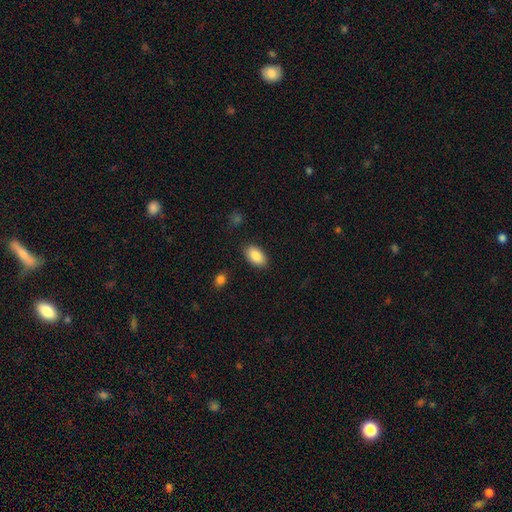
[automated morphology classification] type=smooth (89%); roundness=in between (94%); merging=none (87%).